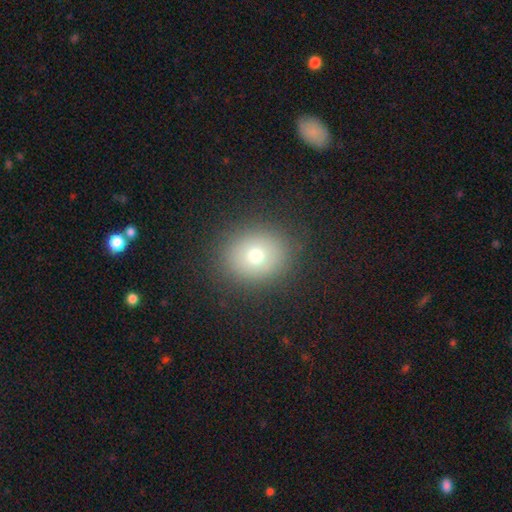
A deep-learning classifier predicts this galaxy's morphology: This is likely a smooth galaxy (72%). How rounded: likely round (69%). Merging: clearly none (89%).